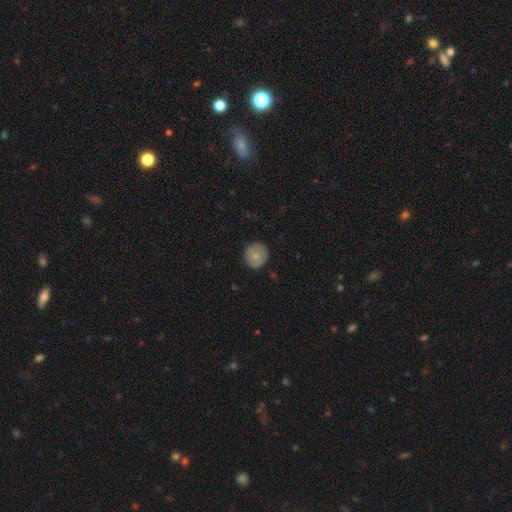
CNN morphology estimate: Overall: smooth (75%). How rounded: round (92%). Merging: none (86%).